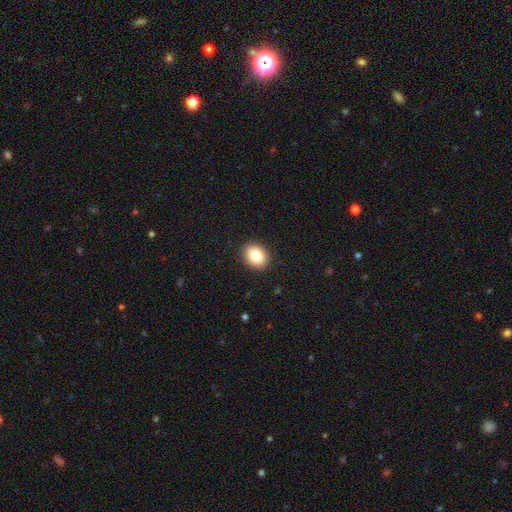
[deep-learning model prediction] Morphology: type=smooth (85%); roundness=in between (58%); merging=none (91%).